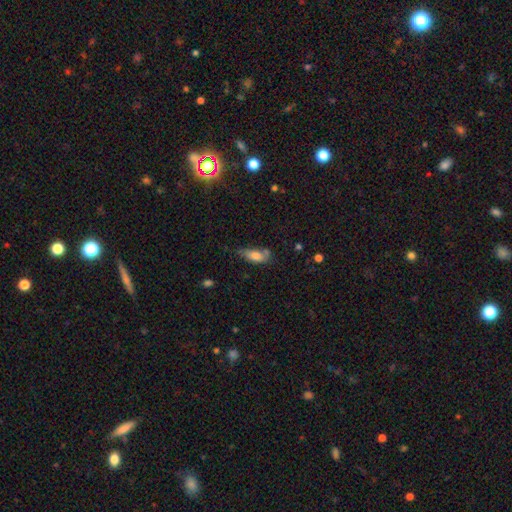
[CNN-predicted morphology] A smooth galaxy with no disk features (74%) that is in between round and cigar-shaped (76%).

Vote fractions:
- Smooth or featured? smooth: 74% / featured or disk: 18% / star or artifact: 8%
- How rounded? in between: 76% / cigar-shaped: 21% / round: 3%
- Merging? none: 43% / minor disturbance: 33% / merger: 13% / major disturbance: 11%